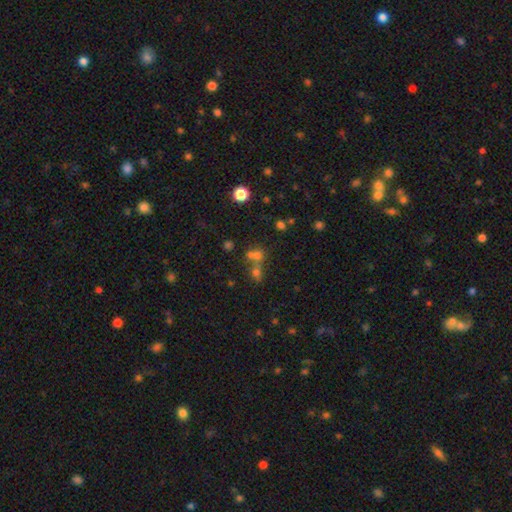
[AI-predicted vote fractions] smooth_or_featured: smooth (p=0.51) [alt: star or artifact p=0.34]
how_rounded: round (p=0.74) [alt: in between p=0.24]
merging: merger (p=0.49) [alt: none p=0.40]